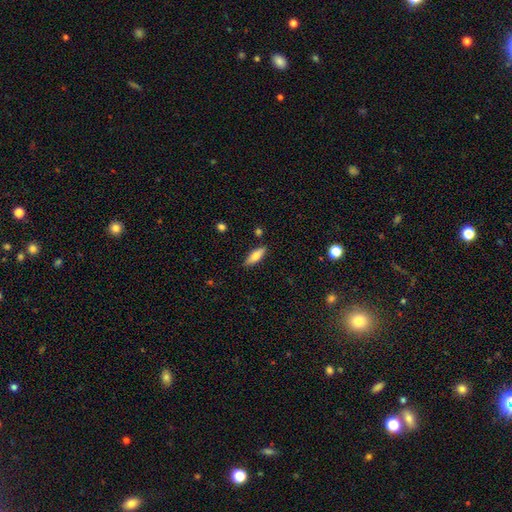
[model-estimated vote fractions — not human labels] A smooth galaxy with no disk features (69%) that is in between round and cigar-shaped (55%).

Vote fractions:
- Smooth or featured? smooth: 69% / featured or disk: 24% / star or artifact: 7%
- How rounded? in between: 55% / cigar-shaped: 43% / round: 2%
- Merging? none: 85% / minor disturbance: 11% / major disturbance: 2% / merger: 2%